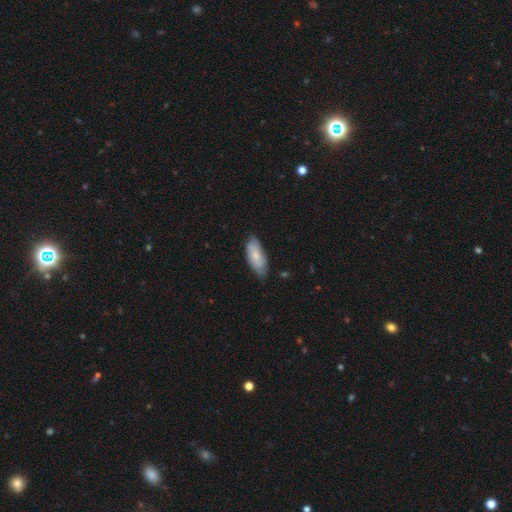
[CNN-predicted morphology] The model was most divided on "smooth or featured": smooth: 64%, featured or disk: 30%, star or artifact: 6%. More confident: how rounded — in between (84%); merging — none (69%).